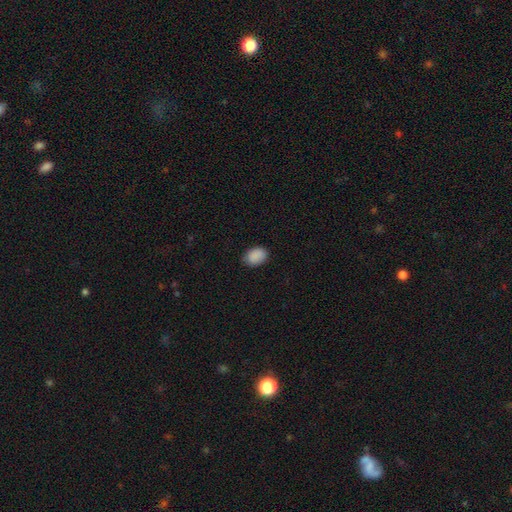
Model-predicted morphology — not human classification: A smooth galaxy with no disk features (90%) that is in between round and cigar-shaped (78%). Merging: none (83%).